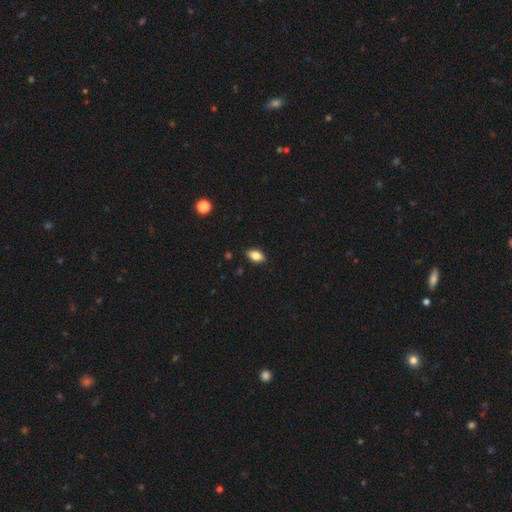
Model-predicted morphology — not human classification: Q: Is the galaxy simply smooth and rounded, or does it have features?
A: smooth — 82%.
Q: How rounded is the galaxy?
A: in between — 90%.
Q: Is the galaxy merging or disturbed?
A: none — 88%.